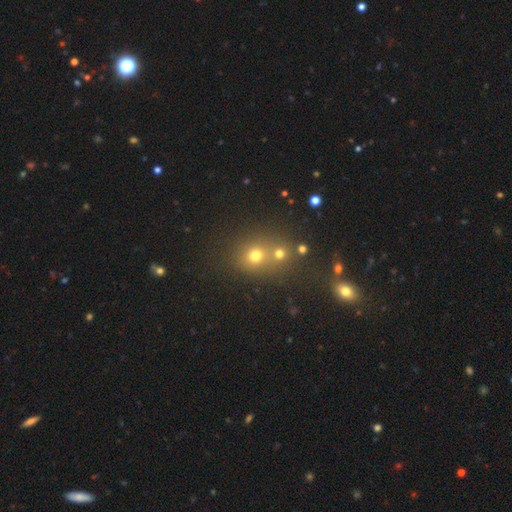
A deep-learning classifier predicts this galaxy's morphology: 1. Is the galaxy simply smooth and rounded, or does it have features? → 66% smooth, 24% star or artifact, 10% featured or disk.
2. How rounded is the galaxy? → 79% round, 20% in between, 1% cigar-shaped.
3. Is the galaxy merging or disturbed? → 56% none, 32% merger, 8% minor disturbance, 4% major disturbance.